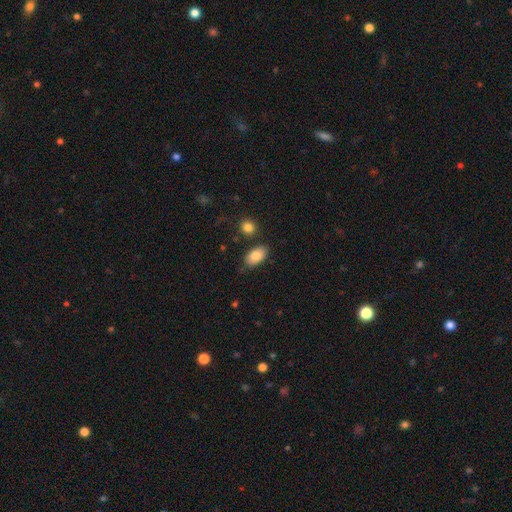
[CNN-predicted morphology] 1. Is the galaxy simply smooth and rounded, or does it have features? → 85% smooth, 8% featured or disk, 7% star or artifact.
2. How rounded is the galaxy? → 93% in between, 5% round, 2% cigar-shaped.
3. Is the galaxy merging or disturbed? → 77% none, 14% minor disturbance, 5% merger, 3% major disturbance.